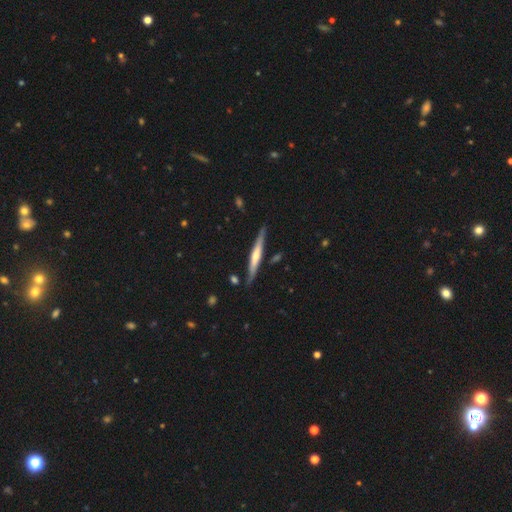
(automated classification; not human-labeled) Smooth or featured: featured or disk — 59% (smooth — 36%)
Edge-on disk: yes — 94% (no — 6%)
Edge-on bulge: rounded — 60% (none — 28%)
Merging: none — 83% (minor disturbance — 12%)